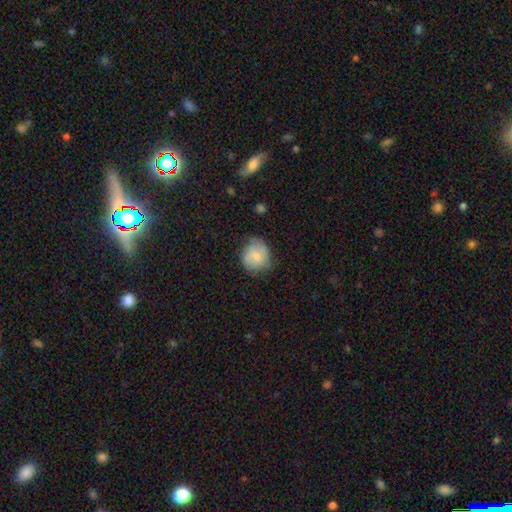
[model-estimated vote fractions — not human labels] smooth_or_featured: smooth (p=0.69) [alt: featured or disk p=0.23]
how_rounded: round (p=0.83) [alt: in between p=0.16]
merging: none (p=0.63) [alt: minor disturbance p=0.27]